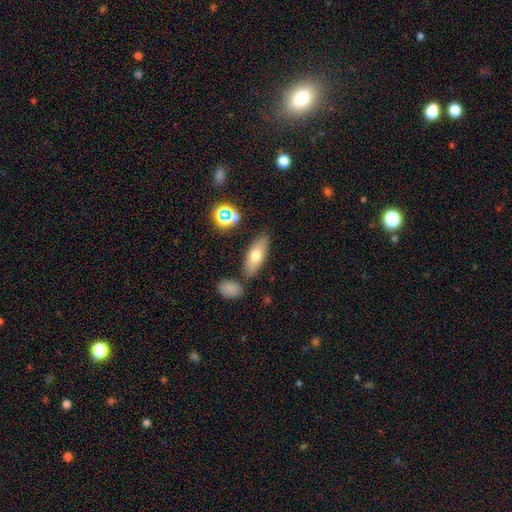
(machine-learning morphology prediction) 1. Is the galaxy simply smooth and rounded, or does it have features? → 67% smooth, 24% featured or disk, 9% star or artifact.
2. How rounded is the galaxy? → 68% in between, 28% cigar-shaped, 4% round.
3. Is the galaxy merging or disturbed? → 79% none, 12% minor disturbance, 6% merger, 3% major disturbance.